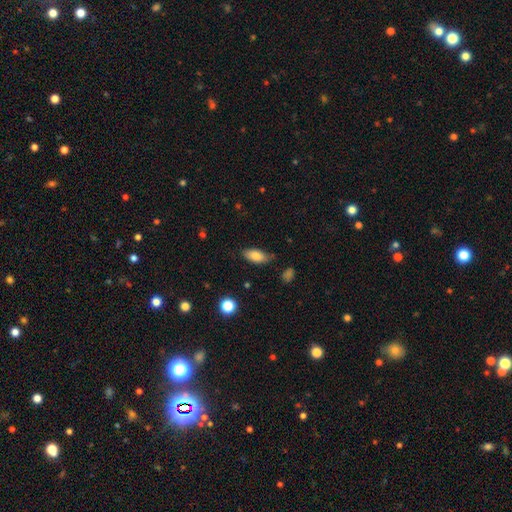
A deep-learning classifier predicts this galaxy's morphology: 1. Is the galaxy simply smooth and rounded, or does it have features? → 82% smooth, 11% featured or disk, 8% star or artifact.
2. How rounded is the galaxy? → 89% in between, 8% cigar-shaped, 3% round.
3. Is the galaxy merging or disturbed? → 77% none, 18% minor disturbance, 3% major disturbance, 2% merger.